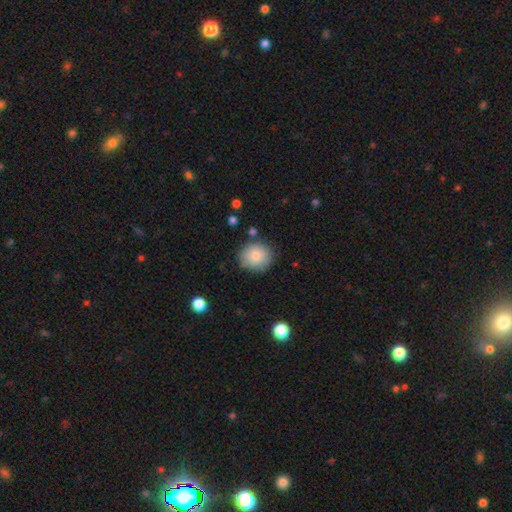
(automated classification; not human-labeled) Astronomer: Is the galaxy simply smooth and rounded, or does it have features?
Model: smooth — 82%.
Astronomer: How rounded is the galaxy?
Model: round — 83%.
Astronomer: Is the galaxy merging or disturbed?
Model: none — 80%.